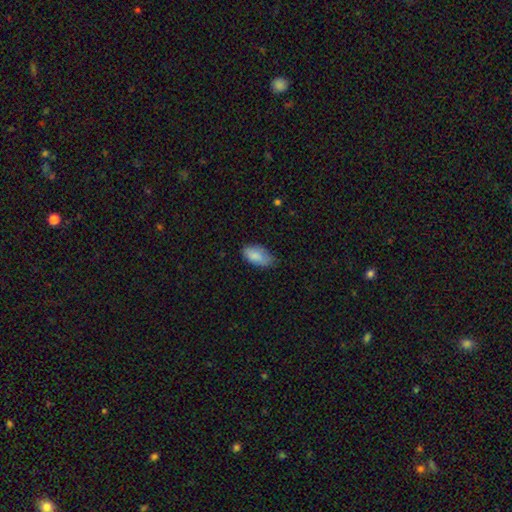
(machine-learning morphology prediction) This is clearly a smooth galaxy (85%). How rounded: clearly in between (93%). Merging: likely none (62%).